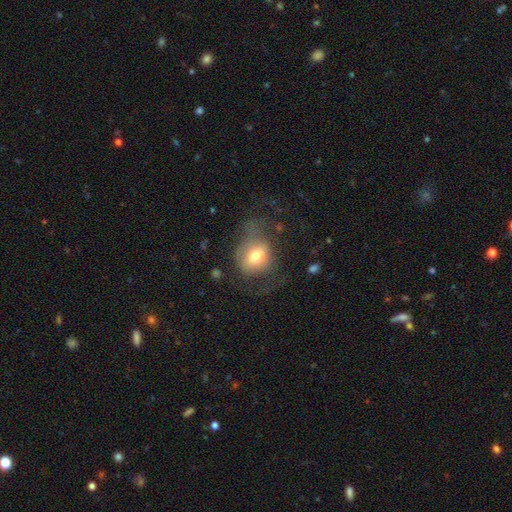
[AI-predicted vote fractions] A smooth galaxy with no disk features (62%) that is round (61%).

Vote fractions:
- Smooth or featured? smooth: 62% / featured or disk: 29% / star or artifact: 10%
- How rounded? round: 61% / in between: 38% / cigar-shaped: 1%
- Merging? major disturbance: 39% / none: 37% / minor disturbance: 22% / merger: 2%